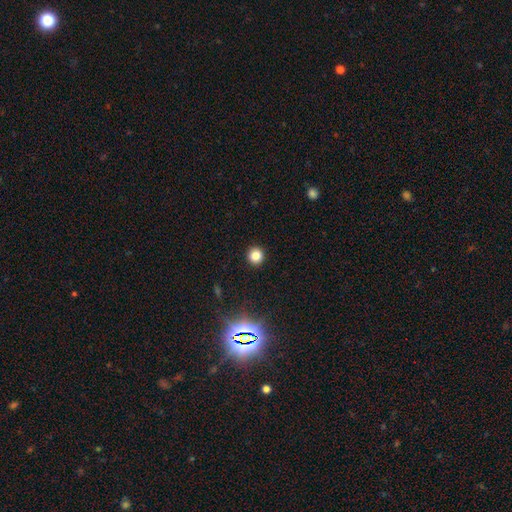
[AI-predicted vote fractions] This appears to be a smooth galaxy with no disk features (82%) that is round (93%). Merging: none (92%).